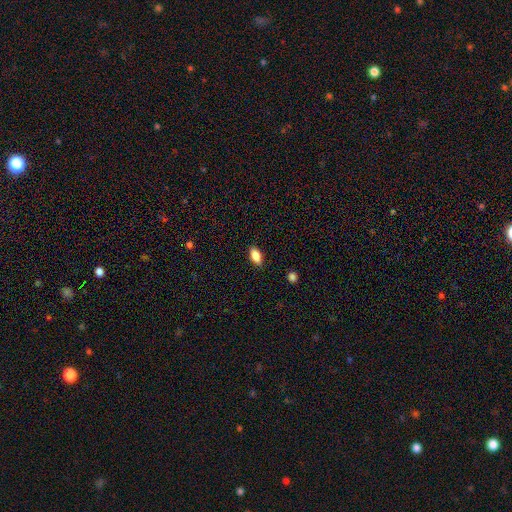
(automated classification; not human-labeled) Smooth or featured: smooth — 85% (featured or disk — 8%)
How rounded: in between — 88% (cigar-shaped — 8%)
Merging: none — 87% (minor disturbance — 9%)